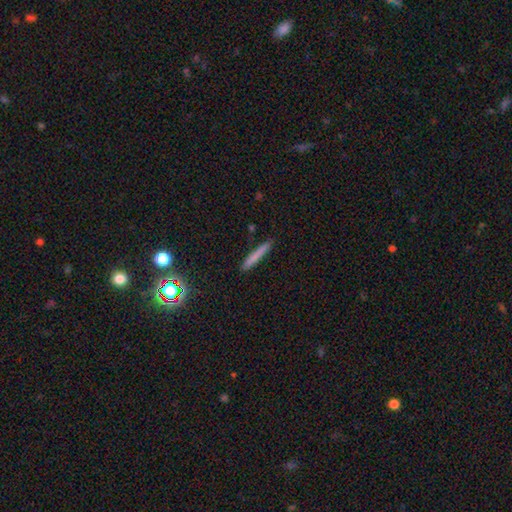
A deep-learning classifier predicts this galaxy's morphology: A smooth galaxy with no disk features (73%) that is cigar-shaped (95%). Merging: none (90%).